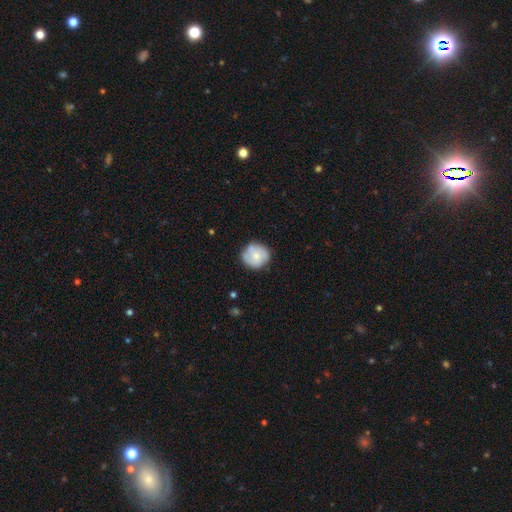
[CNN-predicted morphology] Overall: smooth (56%; featured or disk 38%). How rounded: round (87%). Merging: none (73%).